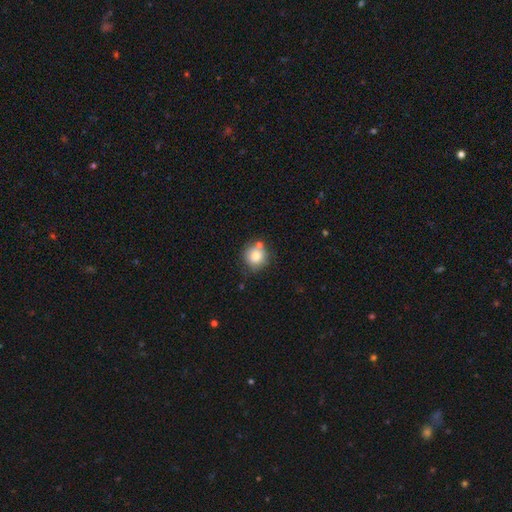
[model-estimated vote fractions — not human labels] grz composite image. It shows a smooth galaxy with no disk features (81%) that is round (92%). Merging: none (69%).